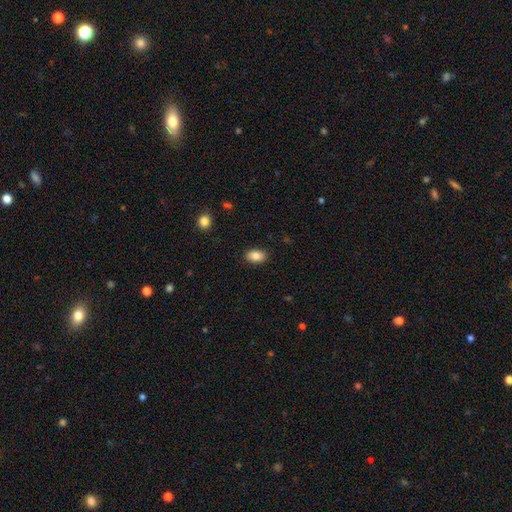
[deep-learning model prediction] smooth_or_featured: smooth (p=0.85) [alt: star or artifact p=0.08]
how_rounded: in between (p=0.87) [alt: round p=0.11]
merging: none (p=0.88) [alt: minor disturbance p=0.09]